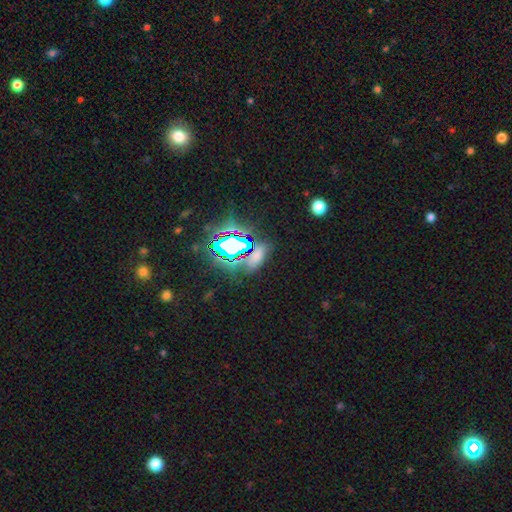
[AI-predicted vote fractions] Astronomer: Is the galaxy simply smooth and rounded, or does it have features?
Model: star or artifact — 53% (runner-up: smooth, 36%).